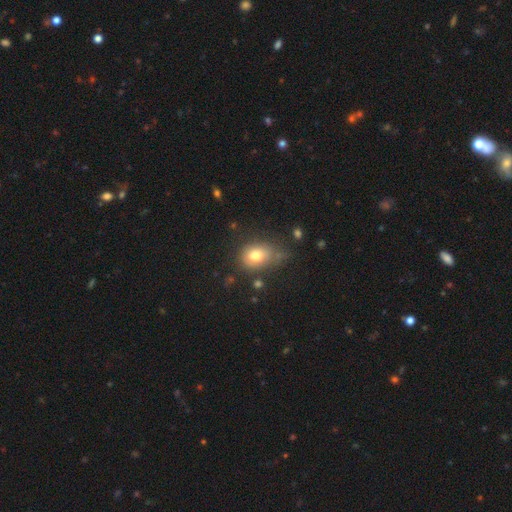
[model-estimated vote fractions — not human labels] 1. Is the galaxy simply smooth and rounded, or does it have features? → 77% smooth, 13% featured or disk, 10% star or artifact.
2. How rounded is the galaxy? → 62% in between, 37% round, 1% cigar-shaped.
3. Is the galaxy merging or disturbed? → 54% none, 28% minor disturbance, 11% major disturbance, 6% merger.